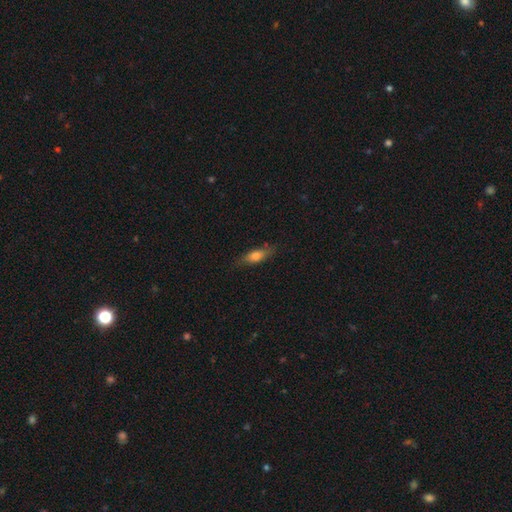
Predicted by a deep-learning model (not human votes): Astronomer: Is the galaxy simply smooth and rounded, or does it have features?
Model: smooth — 70%.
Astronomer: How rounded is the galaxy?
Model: in between — 61% (runner-up: cigar-shaped, 36%).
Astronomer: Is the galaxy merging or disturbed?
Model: none — 76%.